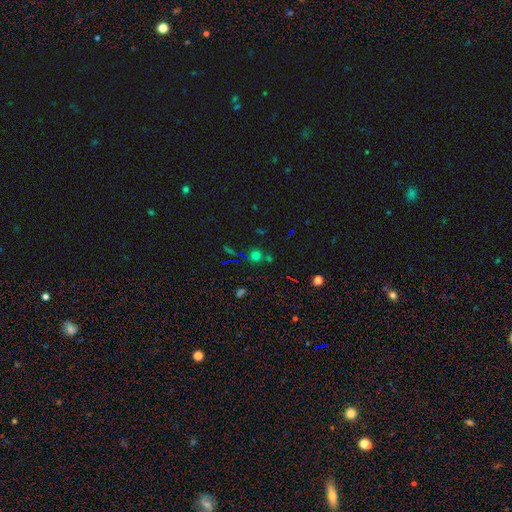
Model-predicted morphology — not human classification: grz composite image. It shows a smooth galaxy with no disk features (58%) that is round (92%). Merging: none (75%).